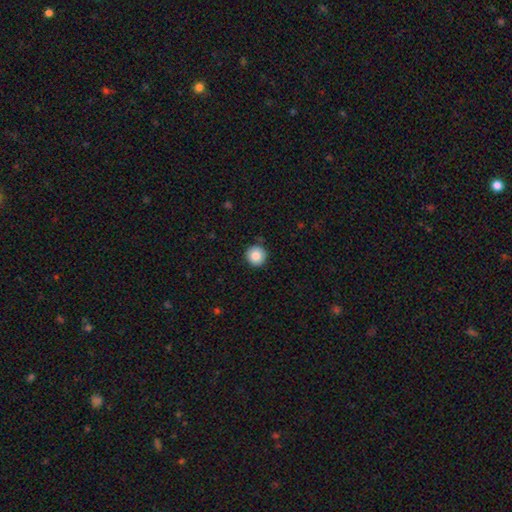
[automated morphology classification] Overall: smooth (85%). How rounded: round (96%). Merging: none (89%).